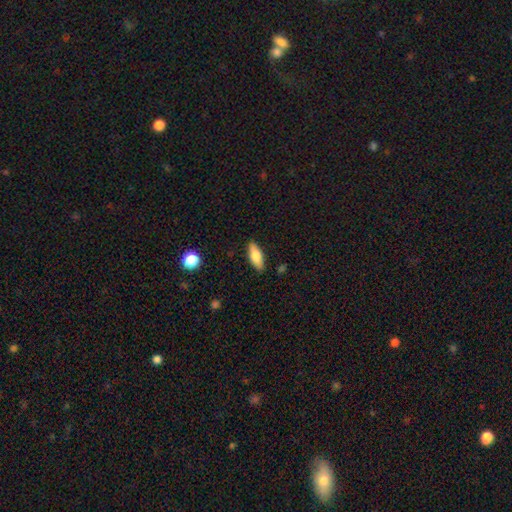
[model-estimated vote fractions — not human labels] Smooth or featured? Predicted: smooth (p=0.74). How rounded? Predicted: in between (p=0.72). Merging? Predicted: none (p=0.86).